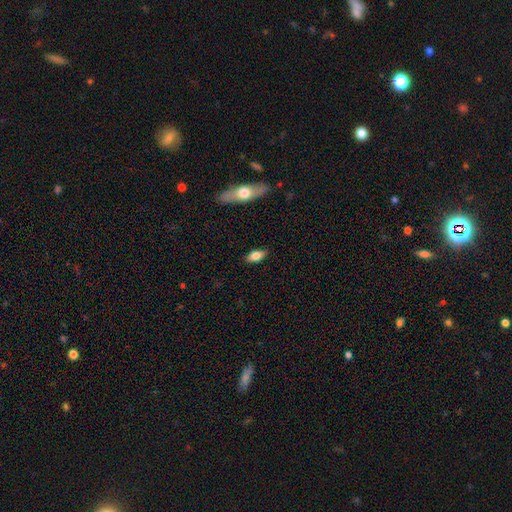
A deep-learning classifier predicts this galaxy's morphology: smooth 72%, featured or disk 21%, star or artifact 7%. Down the decision tree: how rounded — in between (82%); merging — none (87%).